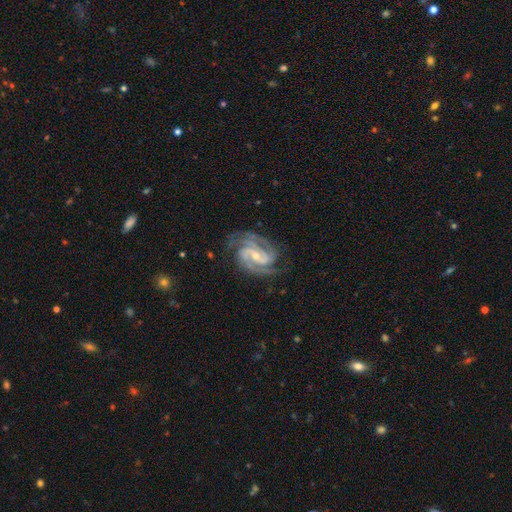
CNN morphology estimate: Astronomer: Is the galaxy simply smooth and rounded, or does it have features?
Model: featured or disk — 93%.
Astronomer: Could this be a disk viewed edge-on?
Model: no — 98%.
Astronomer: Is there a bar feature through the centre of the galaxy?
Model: weak — 43% (runner-up: strong, 34%).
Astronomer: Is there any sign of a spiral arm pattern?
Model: yes — 99%.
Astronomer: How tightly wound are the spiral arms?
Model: tight — 57% (runner-up: medium, 38%).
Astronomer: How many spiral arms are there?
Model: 3 — 40% (runner-up: 2, 36%).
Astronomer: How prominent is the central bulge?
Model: small — 59% (runner-up: moderate, 38%).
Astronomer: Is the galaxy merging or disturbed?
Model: none — 77%.